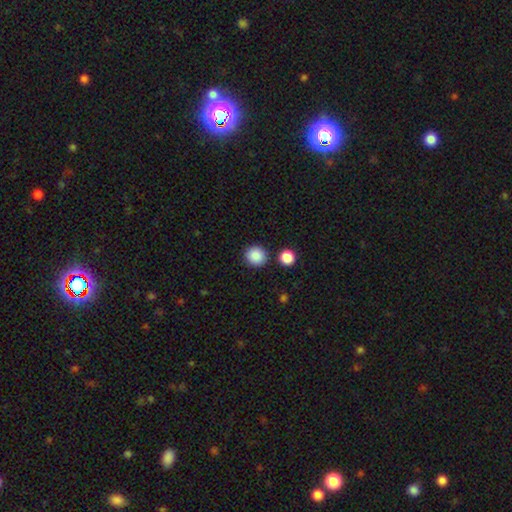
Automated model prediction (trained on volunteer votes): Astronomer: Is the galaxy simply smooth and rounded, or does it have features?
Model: smooth — 88%.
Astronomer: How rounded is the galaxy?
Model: round — 91%.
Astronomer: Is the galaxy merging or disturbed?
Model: none — 87%.